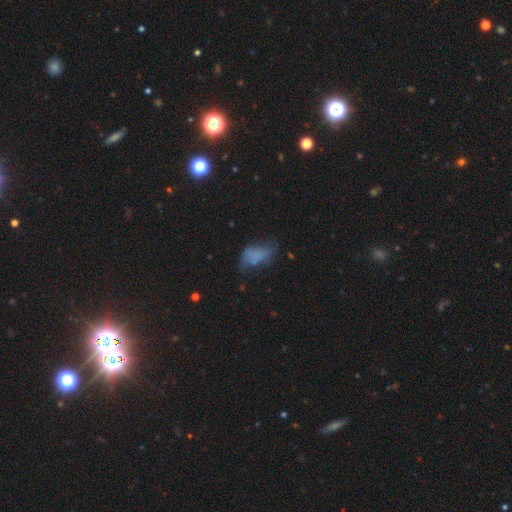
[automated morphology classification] smooth 57%, featured or disk 29%, star or artifact 14%. Down the decision tree: how rounded — in between (88%); merging — none (34%).